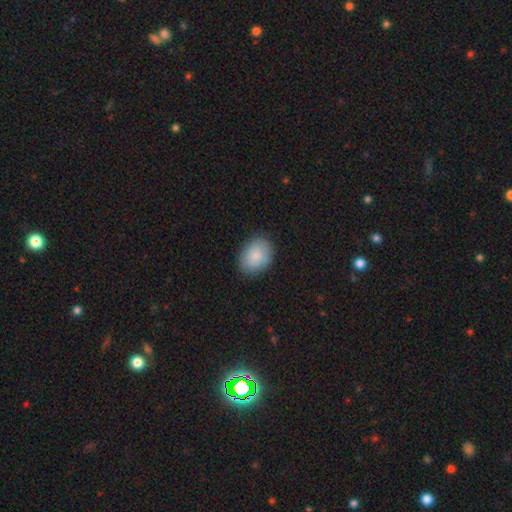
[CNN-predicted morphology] smooth-or-featured: smooth: 86% | featured or disk: 8% | star or artifact: 7%
  how-rounded: in between: 73% | round: 26% | cigar-shaped: 1%
  merging: none: 86% | minor disturbance: 10% | major disturbance: 3% | merger: 1%